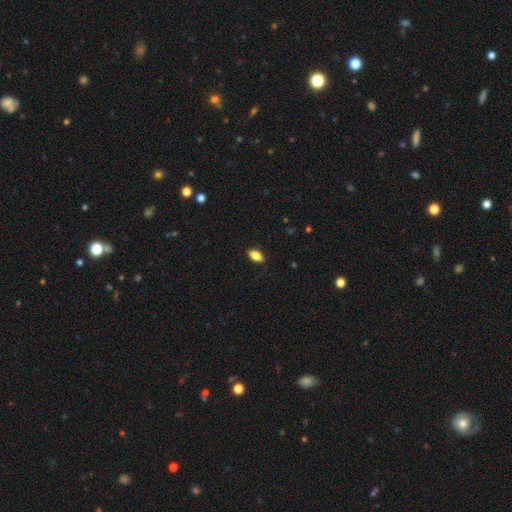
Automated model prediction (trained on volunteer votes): smooth 85%, star or artifact 8%, featured or disk 7%. Down the decision tree: how rounded — in between (89%); merging — none (86%).